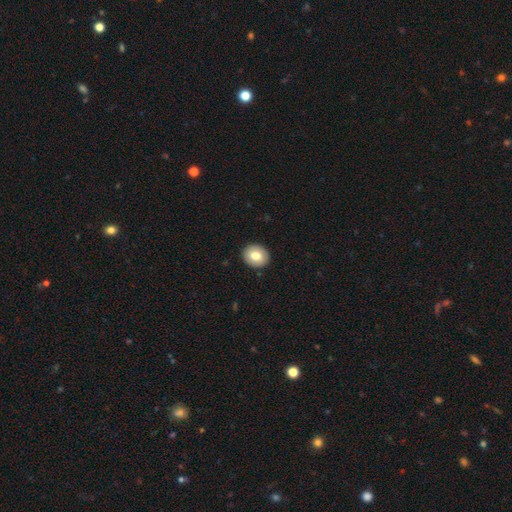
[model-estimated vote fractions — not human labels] A smooth galaxy with no disk features (76%) that is round (68%). Merging: none (91%).